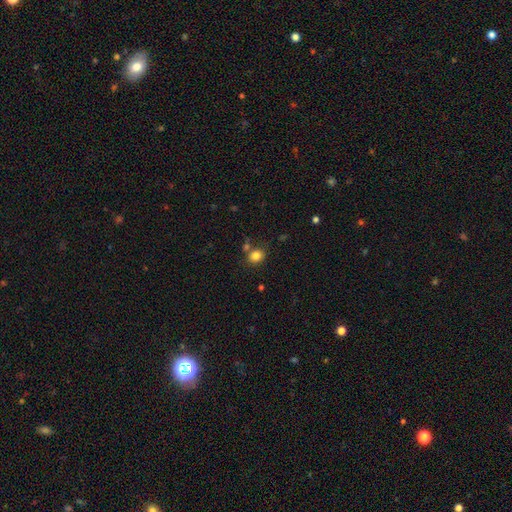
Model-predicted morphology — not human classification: The model was most divided on "how rounded": round: 62%, in between: 37%, cigar-shaped: 1%. More confident: smooth or featured — smooth (83%); merging — none (70%).